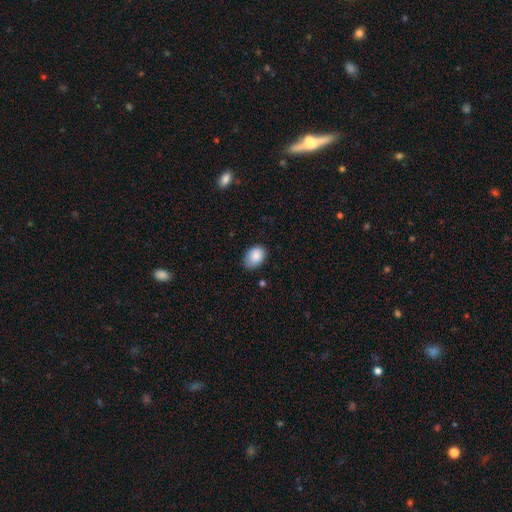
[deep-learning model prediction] smooth_or_featured: smooth (p=0.86) [alt: star or artifact p=0.07]
how_rounded: in between (p=0.80) [alt: round p=0.19]
merging: none (p=0.72) [alt: minor disturbance p=0.23]